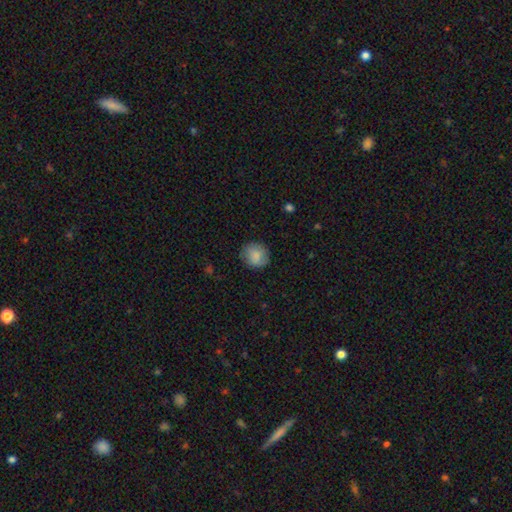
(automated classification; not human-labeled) Overall: smooth (85%). How rounded: round (85%). Merging: none (84%).